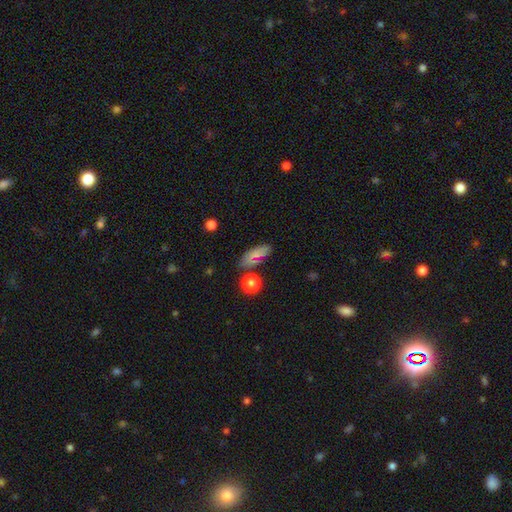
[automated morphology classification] Q: Smooth or featured?
A: smooth (74%); runner-up: star or artifact (14%)
Q: How rounded?
A: in between (75%); runner-up: cigar-shaped (16%)
Q: Merging?
A: none (75%); runner-up: minor disturbance (15%)